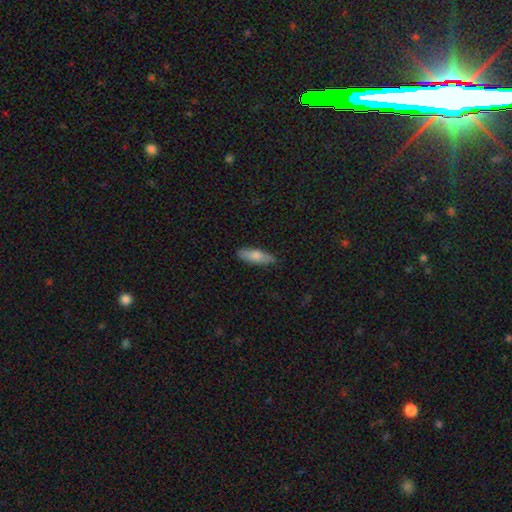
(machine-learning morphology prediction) A smooth galaxy with no disk features (75%) that is in between round and cigar-shaped (58%).

Vote fractions:
- Smooth or featured? smooth: 75% / featured or disk: 19% / star or artifact: 6%
- How rounded? in between: 58% / cigar-shaped: 40% / round: 2%
- Merging? none: 84% / minor disturbance: 13% / major disturbance: 2% / merger: 1%